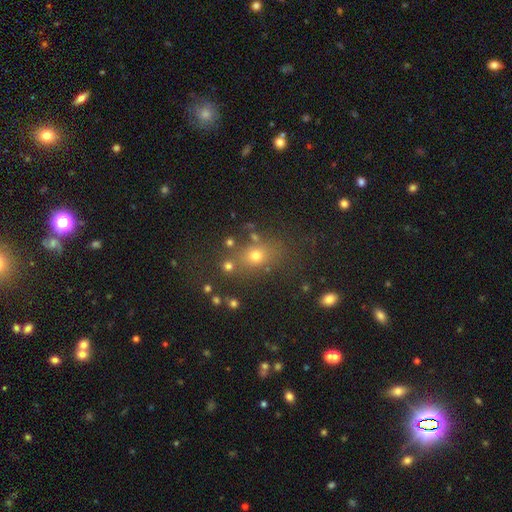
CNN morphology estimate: Smooth or featured? smooth (66%)
How rounded? round (52%)
Merging? none (71%)